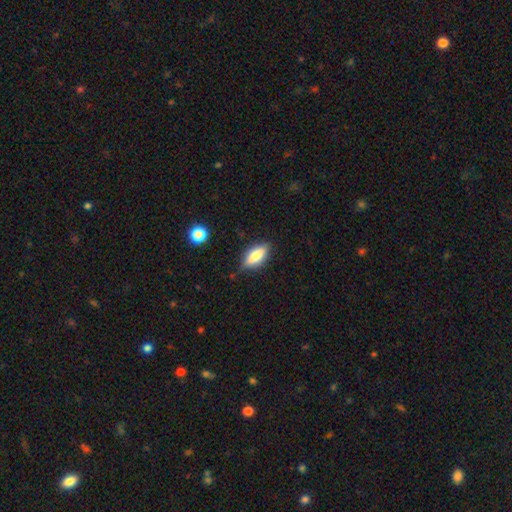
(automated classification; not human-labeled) The model was most divided on "smooth or featured": smooth: 69%, featured or disk: 24%, star or artifact: 8%. More confident: merging — none (79%); how rounded — in between (73%).